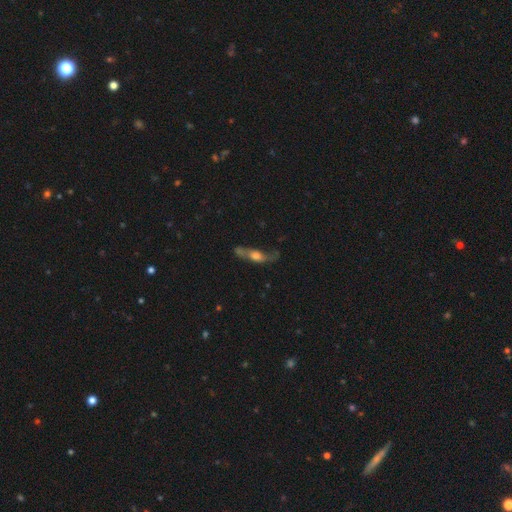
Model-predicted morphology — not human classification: smooth-or-featured: featured or disk: 55% | smooth: 36% | star or artifact: 9%
  disk-edge-on: yes: 55% | no: 45%
  merging: none: 47% | minor disturbance: 24% | major disturbance: 20% | merger: 9%